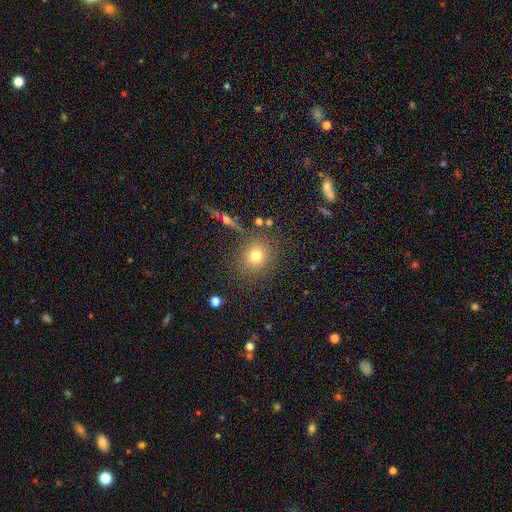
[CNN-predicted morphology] This is likely a smooth galaxy (75%). How rounded: clearly round (85%). Merging: clearly none (83%).